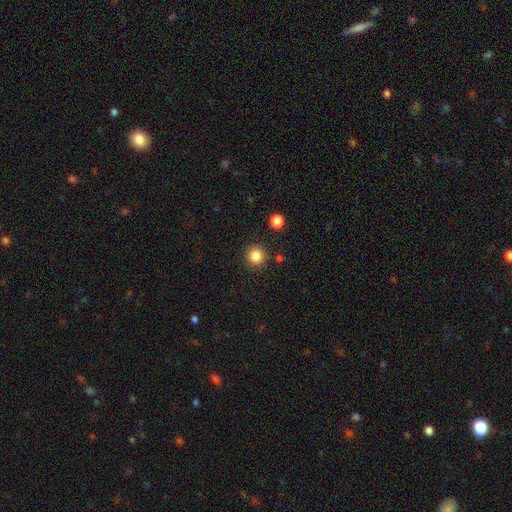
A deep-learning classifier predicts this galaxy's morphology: smooth-or-featured: smooth: 85% | star or artifact: 11% | featured or disk: 4%
  how-rounded: round: 94% | in between: 5% | cigar-shaped: 1%
  merging: none: 90% | minor disturbance: 6% | merger: 3% | major disturbance: 2%